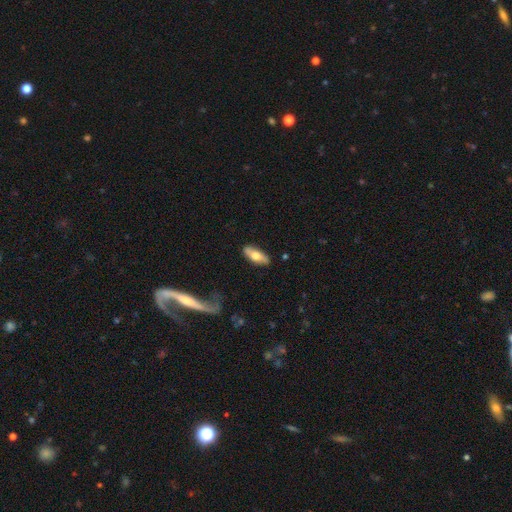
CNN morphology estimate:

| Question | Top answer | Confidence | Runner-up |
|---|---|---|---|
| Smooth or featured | smooth | 61% | featured or disk (34%) |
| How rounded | in between | 72% | cigar-shaped (25%) |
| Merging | none | 84% | minor disturbance (12%) |